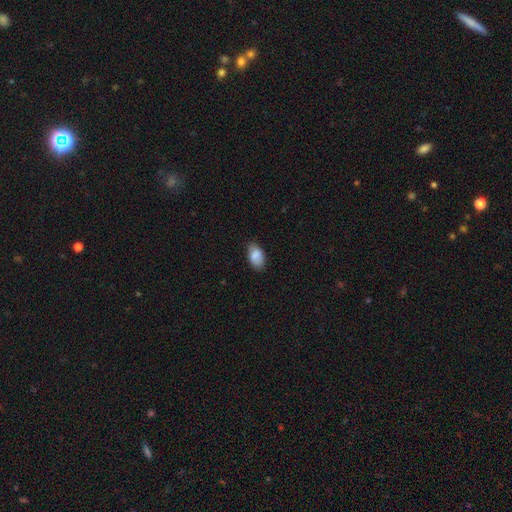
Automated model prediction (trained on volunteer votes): smooth 86%, featured or disk 7%, star or artifact 7%. Down the decision tree: how rounded — in between (93%); merging — none (79%).